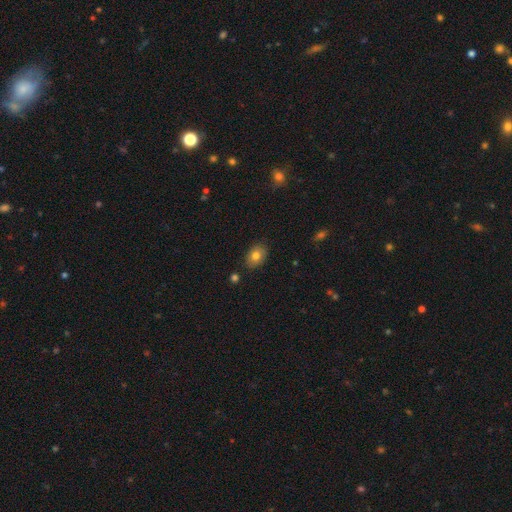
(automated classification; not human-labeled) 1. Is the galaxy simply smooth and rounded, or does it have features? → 80% smooth, 11% featured or disk, 9% star or artifact.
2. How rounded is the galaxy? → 78% in between, 21% round, 1% cigar-shaped.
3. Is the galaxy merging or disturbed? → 85% none, 11% minor disturbance, 2% major disturbance, 2% merger.